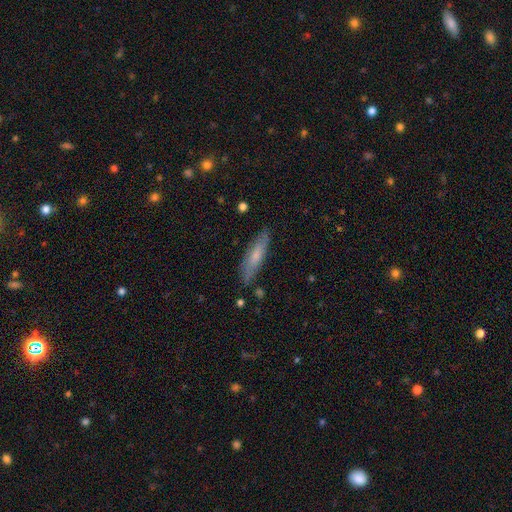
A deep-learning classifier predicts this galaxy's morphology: smooth 61%, featured or disk 32%, star or artifact 6%. Down the decision tree: how rounded — cigar-shaped (76%); merging — none (83%).